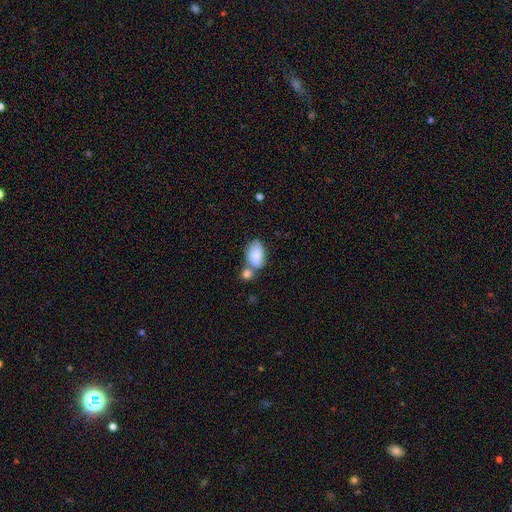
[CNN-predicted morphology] Overall: smooth (78%). How rounded: in between (91%). Merging: merger (43%; none 33%).